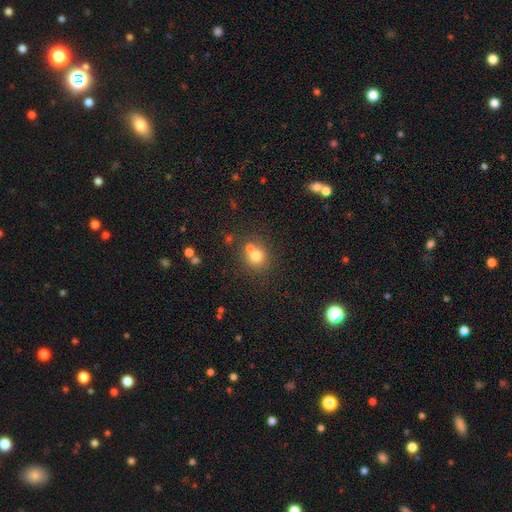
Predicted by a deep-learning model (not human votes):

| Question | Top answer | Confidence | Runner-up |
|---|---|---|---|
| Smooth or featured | smooth | 74% | star or artifact (14%) |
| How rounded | round | 87% | in between (12%) |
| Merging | none | 58% | merger (31%) |